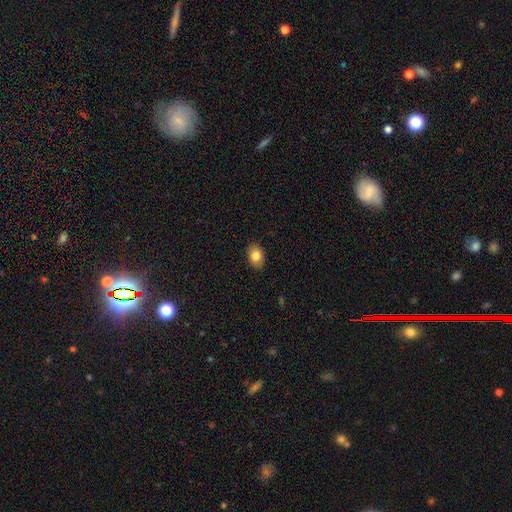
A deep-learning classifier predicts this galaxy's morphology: Overall: smooth (83%). How rounded: in between (81%). Merging: none (88%).